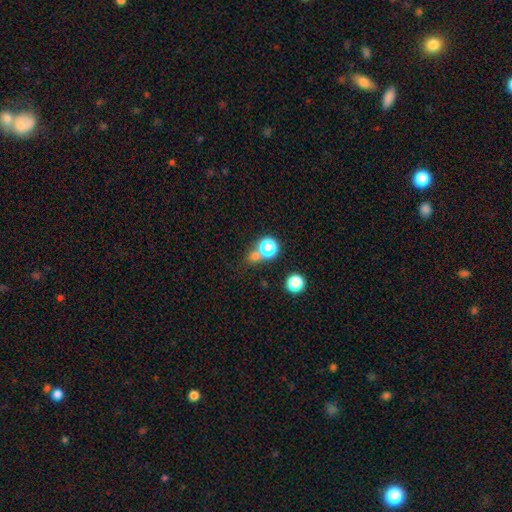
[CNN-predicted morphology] smooth-or-featured: smooth: 66% | star or artifact: 26% | featured or disk: 8%
  how-rounded: round: 84% | in between: 14% | cigar-shaped: 1%
  merging: none: 56% | merger: 31% | minor disturbance: 8% | major disturbance: 5%